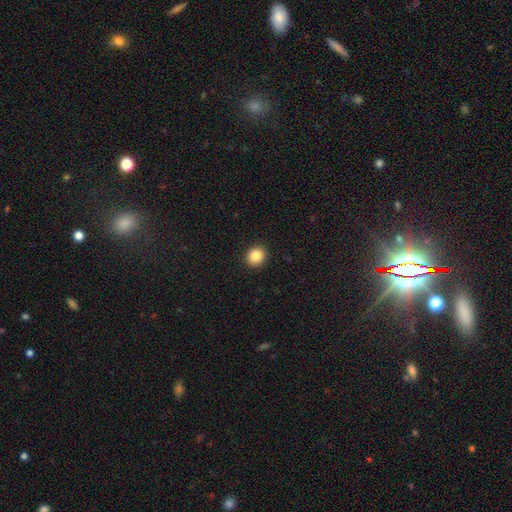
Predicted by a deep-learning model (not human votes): smooth-or-featured: smooth: 86% | star or artifact: 9% | featured or disk: 4%
  how-rounded: round: 76% | in between: 23% | cigar-shaped: 1%
  merging: none: 92% | minor disturbance: 5% | major disturbance: 2% | merger: 1%